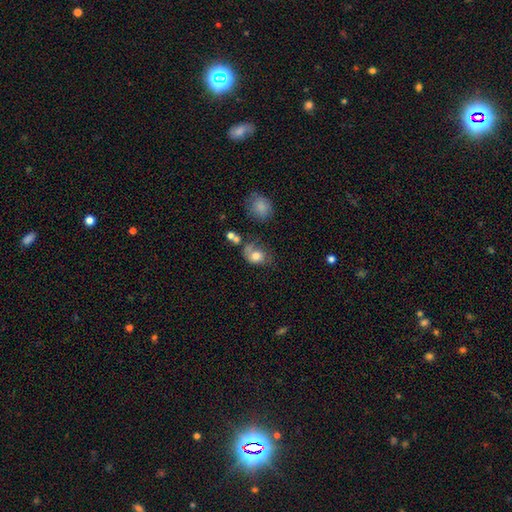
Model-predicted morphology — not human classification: This appears to be a smooth galaxy with no disk features (73%) that is in between round and cigar-shaped (54%). Merging: none (37%).